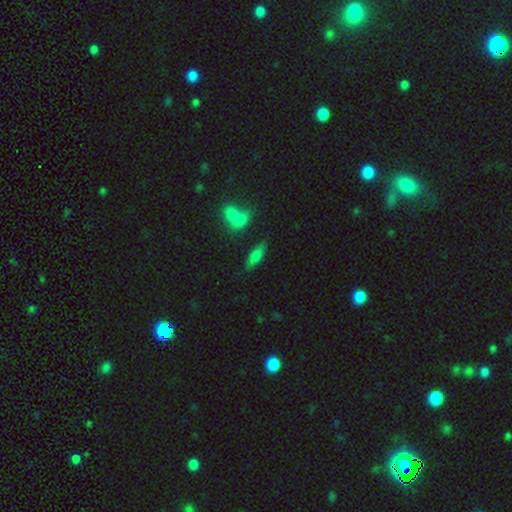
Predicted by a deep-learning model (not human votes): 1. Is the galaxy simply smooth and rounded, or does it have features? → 67% smooth, 23% featured or disk, 10% star or artifact.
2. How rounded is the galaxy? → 57% in between, 39% cigar-shaped, 4% round.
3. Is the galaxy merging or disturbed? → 74% none, 13% minor disturbance, 9% merger, 4% major disturbance.